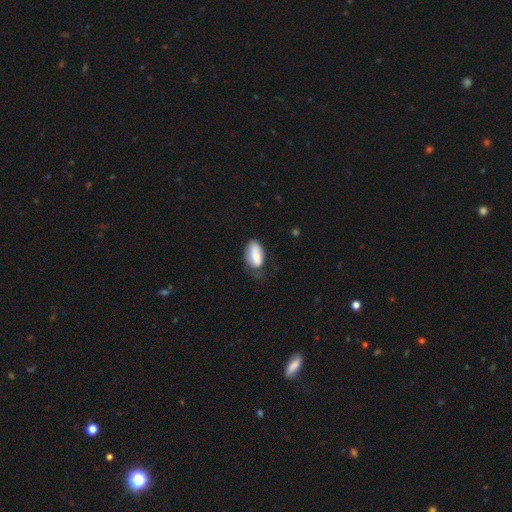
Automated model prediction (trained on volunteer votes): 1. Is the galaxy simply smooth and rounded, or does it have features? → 78% smooth, 15% featured or disk, 7% star or artifact.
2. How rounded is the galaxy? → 93% in between, 3% cigar-shaped, 3% round.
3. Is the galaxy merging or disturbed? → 48% none, 37% minor disturbance, 13% major disturbance, 2% merger.